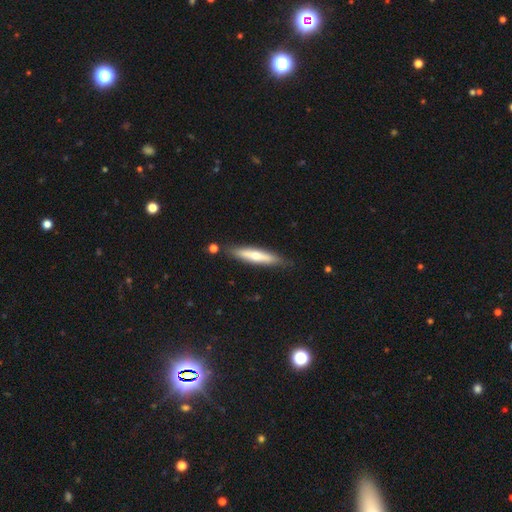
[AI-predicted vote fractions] smooth_or_featured: smooth (p=0.51) [alt: featured or disk p=0.43]
how_rounded: cigar-shaped (p=0.86) [alt: in between p=0.13]
merging: none (p=0.81) [alt: minor disturbance p=0.13]